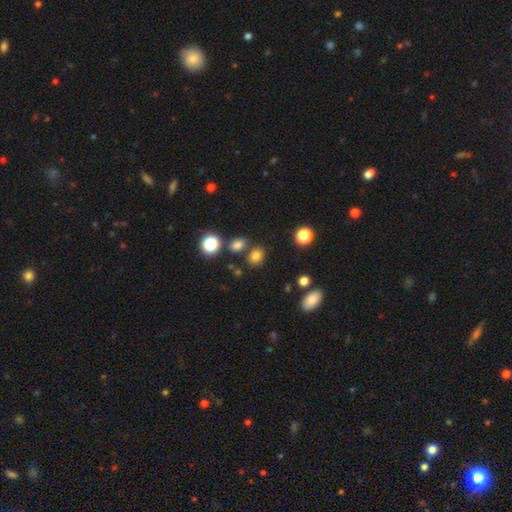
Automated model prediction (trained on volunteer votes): A smooth galaxy with no disk features (78%) that is in between round and cigar-shaped (52%).

Vote fractions:
- Smooth or featured? smooth: 78% / star or artifact: 16% / featured or disk: 6%
- How rounded? in between: 52% / round: 47% / cigar-shaped: 1%
- Merging? none: 73% / merger: 12% / minor disturbance: 11% / major disturbance: 4%